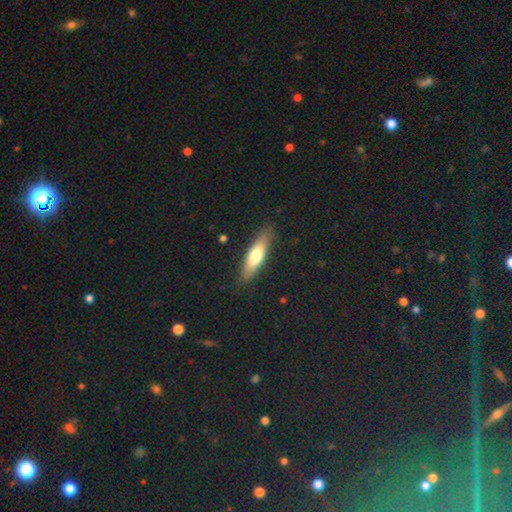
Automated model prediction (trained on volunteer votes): The model was most divided on "smooth or featured": smooth: 64%, featured or disk: 31%, star or artifact: 6%. More confident: merging — none (87%); how rounded — cigar-shaped (67%).